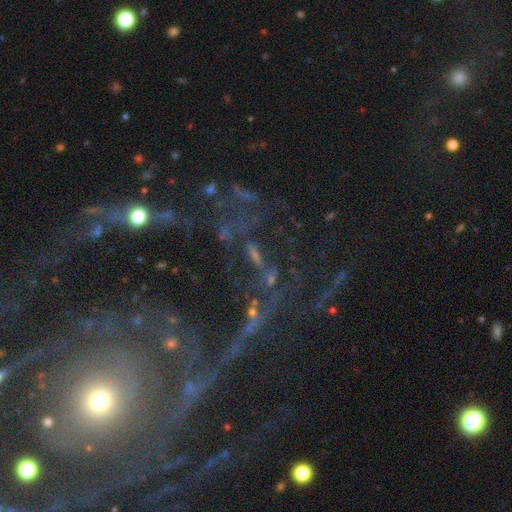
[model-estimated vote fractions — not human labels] A star or artifact, not a galaxy (51%).

Vote fractions:
- Smooth or featured? star or artifact: 51% / featured or disk: 36% / smooth: 13%